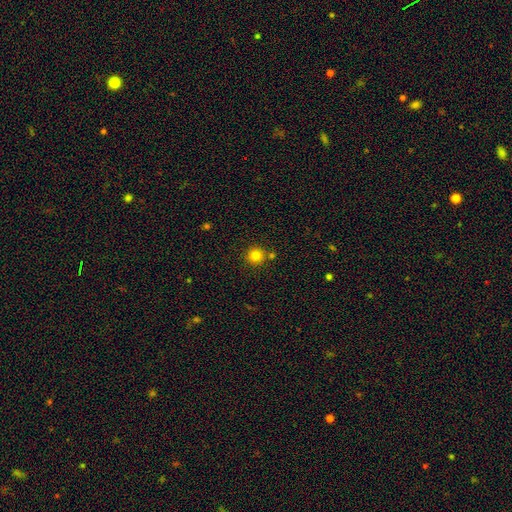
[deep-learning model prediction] Q: Smooth or featured?
A: smooth (82%); runner-up: star or artifact (13%)
Q: How rounded?
A: round (95%); runner-up: in between (4%)
Q: Merging?
A: none (83%); runner-up: merger (8%)